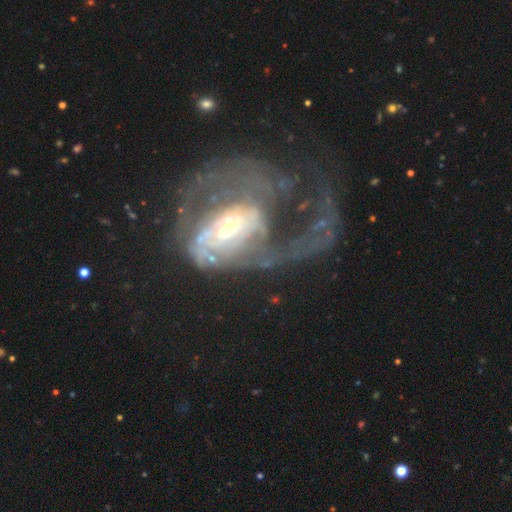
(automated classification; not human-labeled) This appears to be a featured or disk galaxy (82%) with no bar (42%), 1 (35%) medium (41%) spiral arms (80%) and a moderate central bulge (46%). Merging: major disturbance (61%).